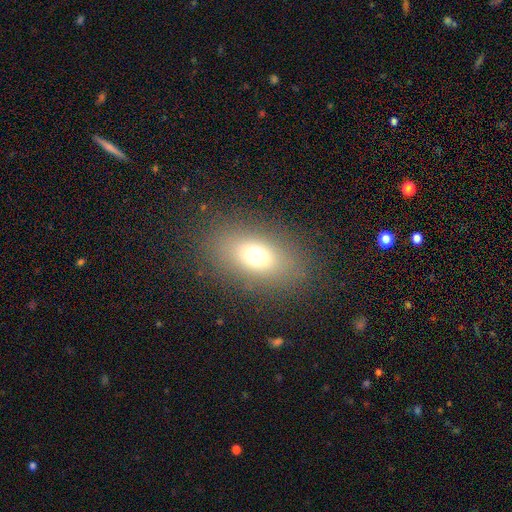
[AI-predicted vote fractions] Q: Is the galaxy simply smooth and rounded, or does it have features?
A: smooth — 71%.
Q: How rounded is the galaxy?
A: in between — 80%.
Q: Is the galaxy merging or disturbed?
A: none — 84%.